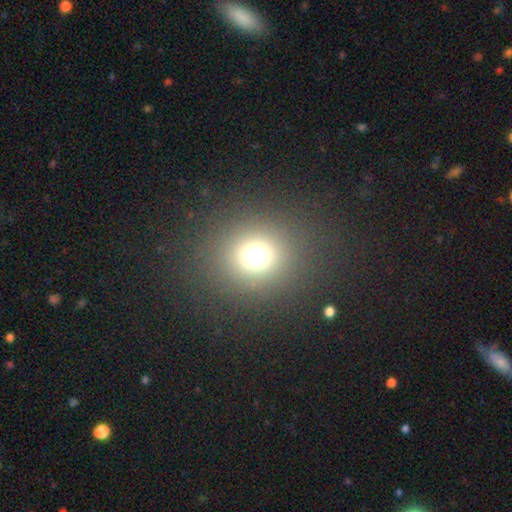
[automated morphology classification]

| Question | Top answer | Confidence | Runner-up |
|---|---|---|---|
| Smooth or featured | smooth | 68% | star or artifact (24%) |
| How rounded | round | 87% | in between (12%) |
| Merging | none | 86% | minor disturbance (7%) |